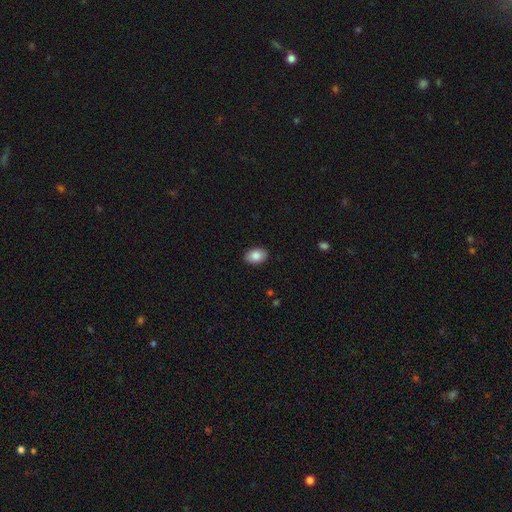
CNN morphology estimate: smooth 87%, star or artifact 7%, featured or disk 6%. Down the decision tree: how rounded — in between (86%); merging — none (89%).